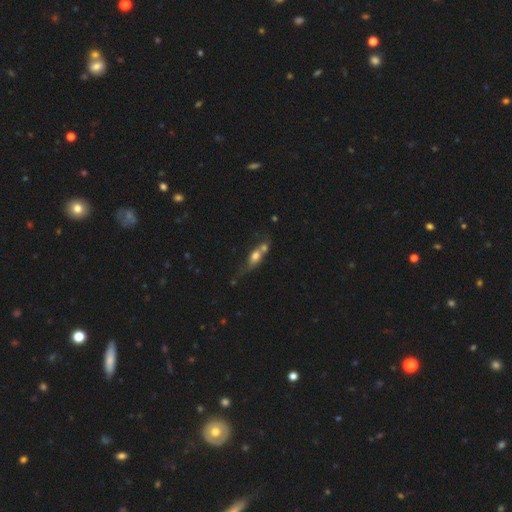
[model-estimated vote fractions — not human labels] A smooth galaxy with no disk features (55%) that is in between round and cigar-shaped (57%). Merging: merger (43%).